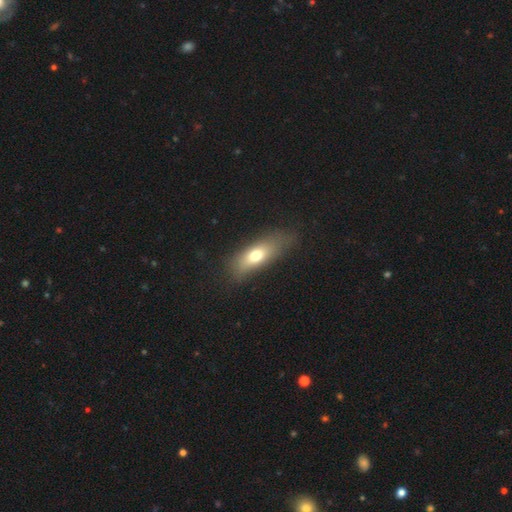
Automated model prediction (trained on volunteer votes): smooth 69%, featured or disk 23%, star or artifact 8%. Down the decision tree: how rounded — in between (66%); merging — none (73%).